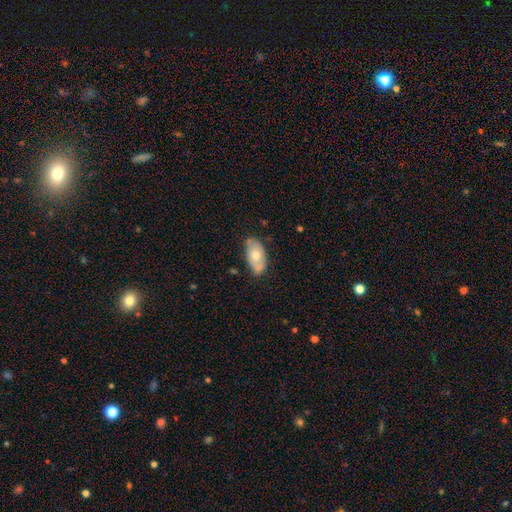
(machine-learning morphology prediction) Smooth or featured? Predicted: smooth (p=0.58). How rounded? Predicted: in between (p=0.92). Merging? Predicted: none (p=0.72).